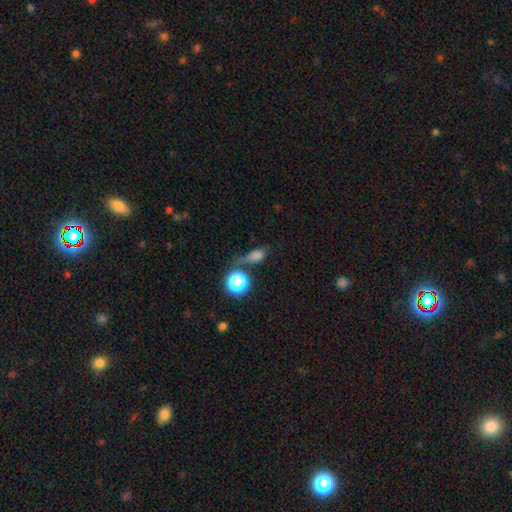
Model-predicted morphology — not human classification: type=smooth (65%); roundness=in between (55%); merging=none (45%).